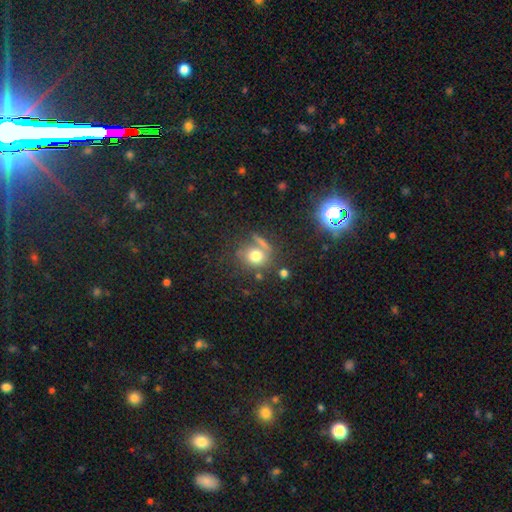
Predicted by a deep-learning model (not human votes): Overall: smooth (72%). How rounded: round (79%). Merging: none (59%).